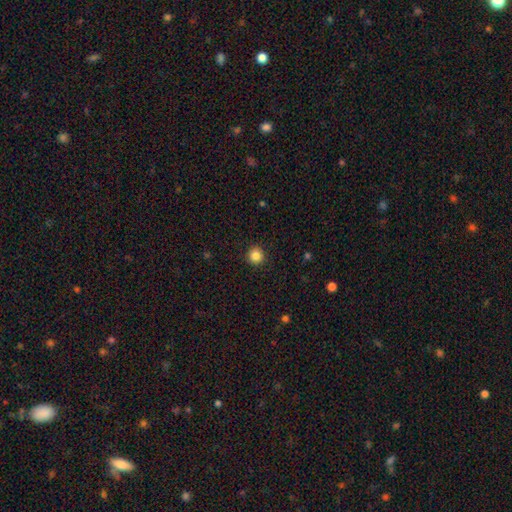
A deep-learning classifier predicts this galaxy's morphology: This is clearly a smooth galaxy (85%). How rounded: clearly round (94%). Merging: clearly none (92%).